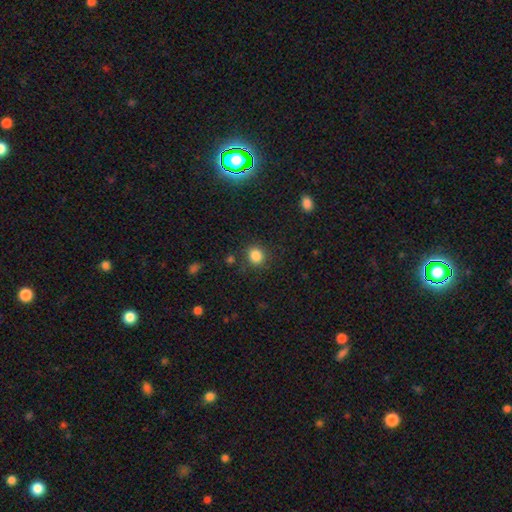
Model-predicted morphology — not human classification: smooth 84%, star or artifact 11%, featured or disk 4%. Down the decision tree: how rounded — round (77%); merging — none (84%).